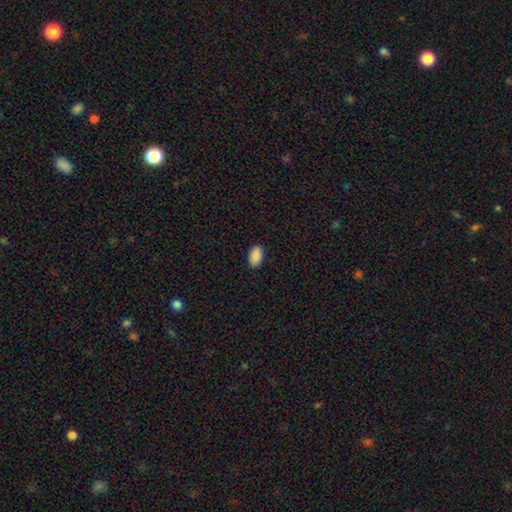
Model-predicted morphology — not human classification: The model was most divided on "merging": none: 89%, minor disturbance: 8%, major disturbance: 2%, merger: 1%. More confident: how rounded — in between (93%); smooth or featured — smooth (90%).